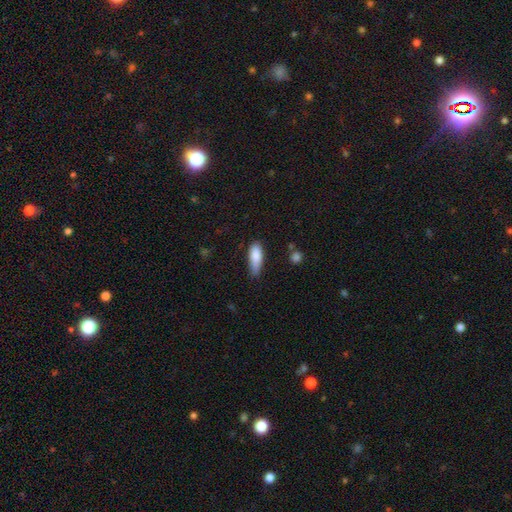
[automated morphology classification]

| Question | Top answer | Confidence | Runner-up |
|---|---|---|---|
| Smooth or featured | smooth | 84% | featured or disk (10%) |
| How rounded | in between | 65% | cigar-shaped (32%) |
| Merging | none | 58% | minor disturbance (33%) |